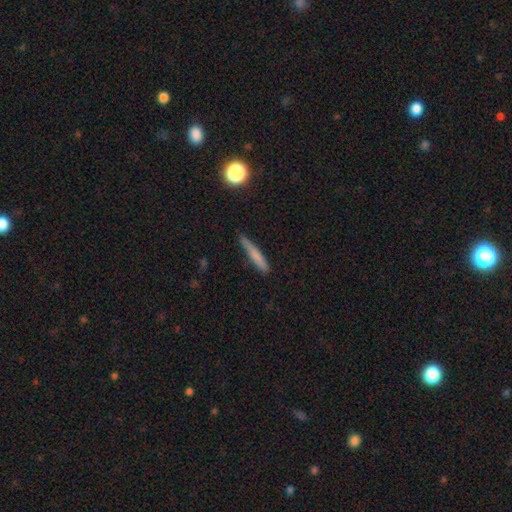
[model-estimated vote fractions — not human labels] Smooth or featured? Predicted: smooth (p=0.71). How rounded? Predicted: cigar-shaped (p=0.93). Merging? Predicted: none (p=0.74).